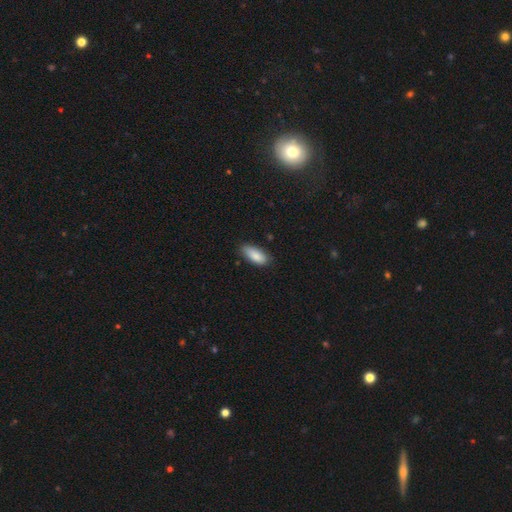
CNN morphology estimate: This appears to be a smooth galaxy with no disk features (86%) that is in between round and cigar-shaped (83%). Merging: none (78%).